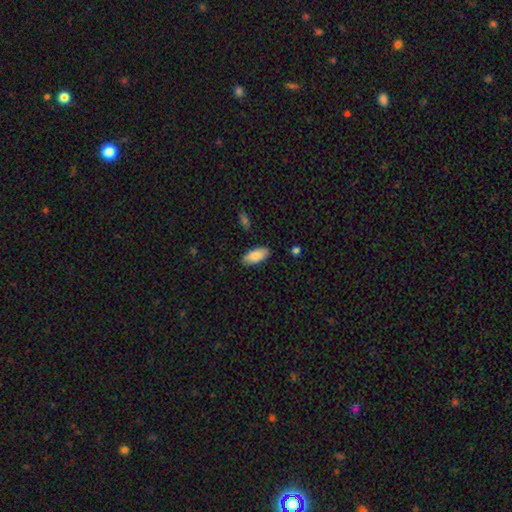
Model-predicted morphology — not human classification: This is clearly a smooth galaxy (84%). How rounded: clearly in between (91%). Merging: clearly none (86%).